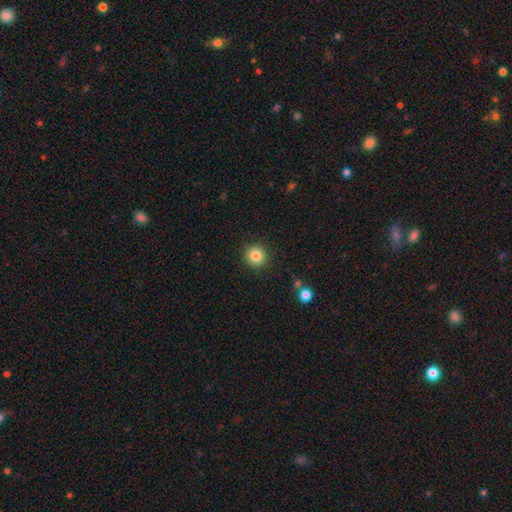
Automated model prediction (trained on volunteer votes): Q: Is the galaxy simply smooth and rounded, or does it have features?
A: smooth — 84%.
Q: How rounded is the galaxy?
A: round — 94%.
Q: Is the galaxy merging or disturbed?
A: none — 92%.